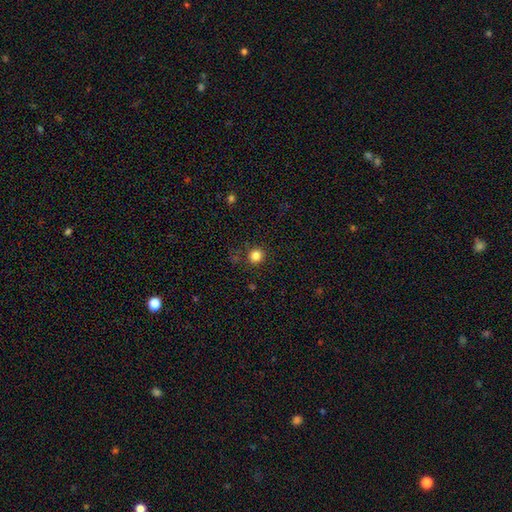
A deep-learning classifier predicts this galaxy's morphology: A smooth galaxy with no disk features (83%) that is round (93%). Merging: none (88%).